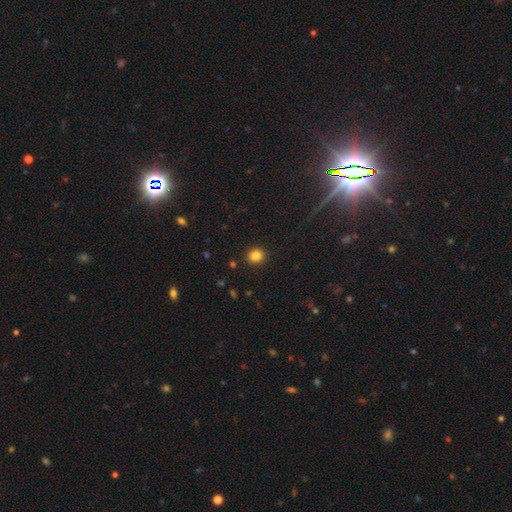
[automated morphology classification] This is clearly a smooth galaxy (83%). How rounded: clearly round (84%). Merging: clearly none (91%).